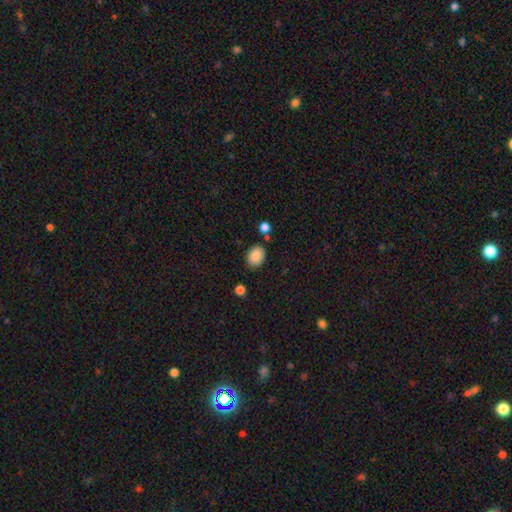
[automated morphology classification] A smooth galaxy with no disk features (87%) that is in between round and cigar-shaped (65%). Merging: none (79%).